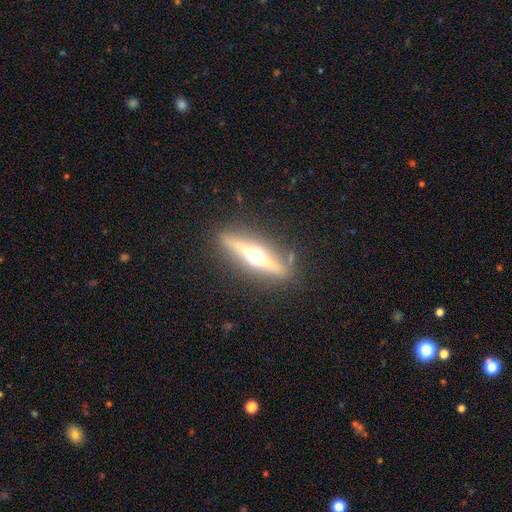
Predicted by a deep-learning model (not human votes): A featured or disk galaxy (69%) viewed edge-on (92%) with a rounded central bulge (96%). Merging: none (85%).